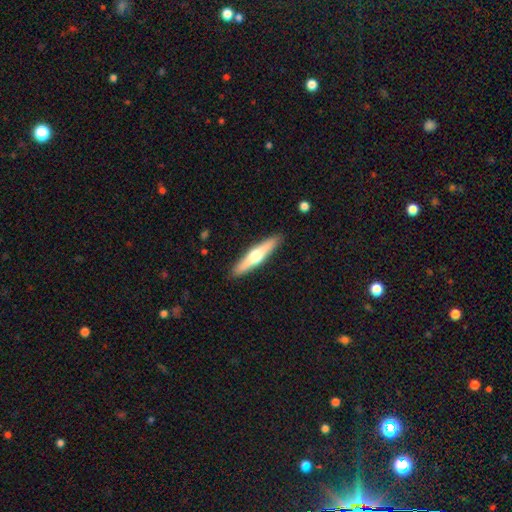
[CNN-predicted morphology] This appears to be a featured or disk galaxy (56%) viewed edge-on (95%) with a rounded central bulge (93%). Merging: none (90%).